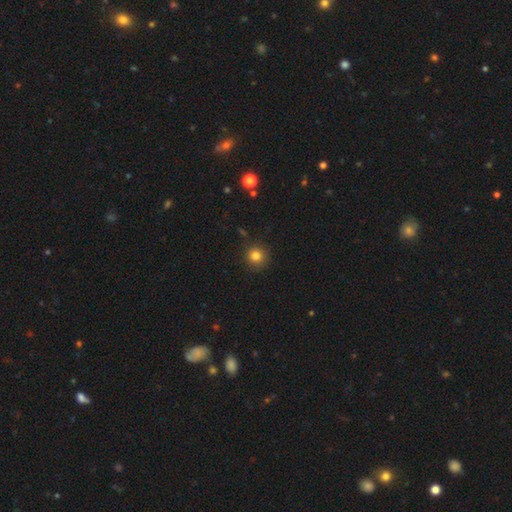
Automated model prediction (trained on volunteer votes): Smooth or featured? smooth (82%)
How rounded? round (93%)
Merging? none (88%)